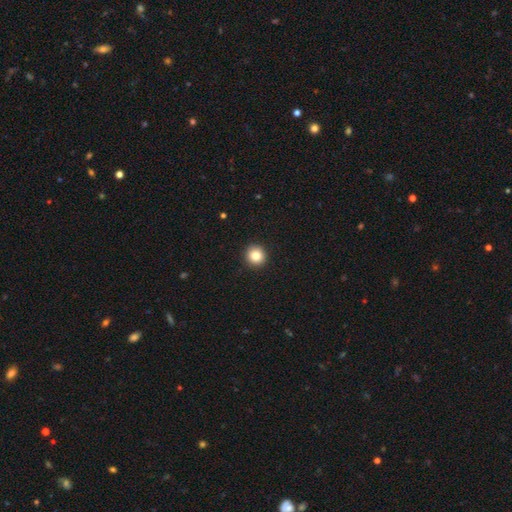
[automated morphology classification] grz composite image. It shows a smooth galaxy with no disk features (84%) that is round (91%). Merging: none (93%).